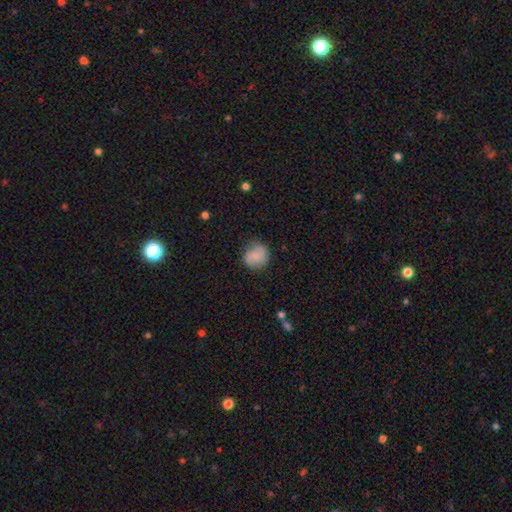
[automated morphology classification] The model was most divided on "smooth or featured": smooth: 63%, featured or disk: 30%, star or artifact: 8%. More confident: how rounded — round (87%); merging — none (79%).